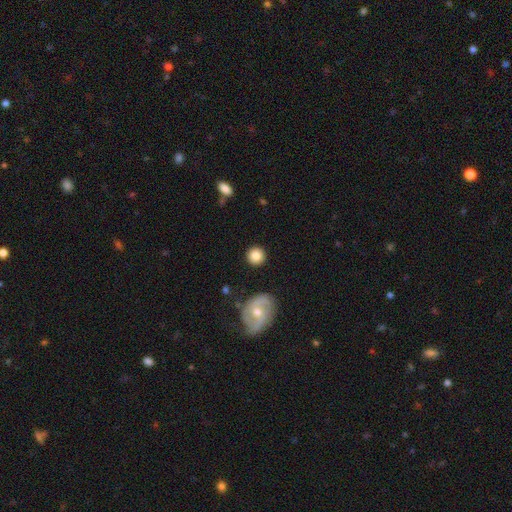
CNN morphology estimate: type=smooth (82%); roundness=round (93%); merging=none (89%).